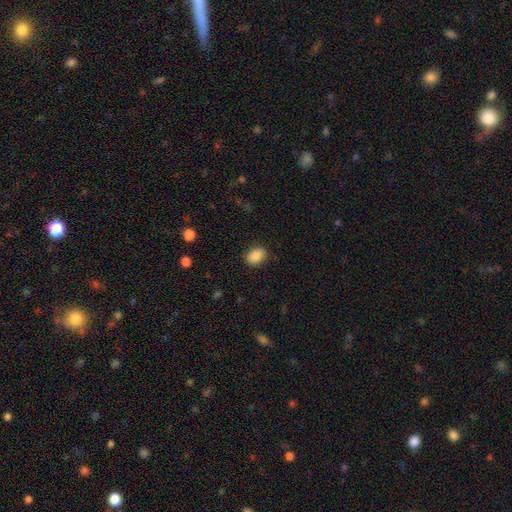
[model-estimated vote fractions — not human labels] Morphology: type=smooth (89%); roundness=in between (79%); merging=none (86%).